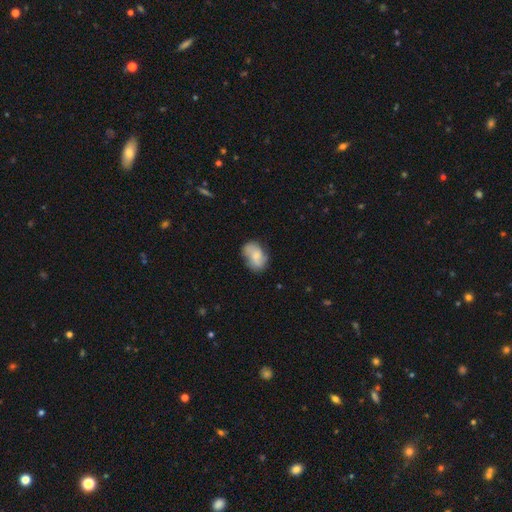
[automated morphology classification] The model was most divided on "merging": none: 57%, minor disturbance: 29%, major disturbance: 9%, merger: 4%. More confident: how rounded — in between (82%); smooth or featured — smooth (64%).